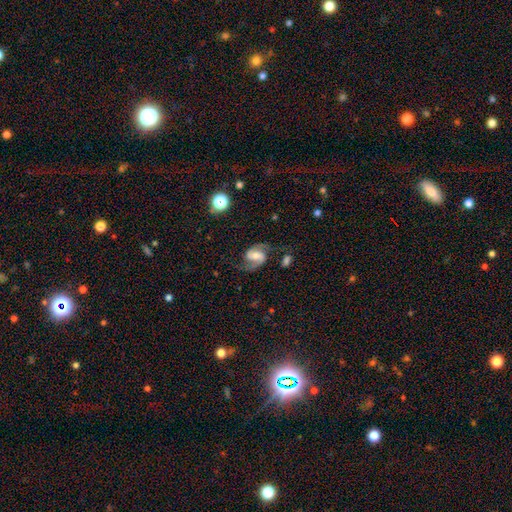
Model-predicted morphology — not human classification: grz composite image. It shows a featured or disk galaxy (88%) with a weak bar (45%), 2 (93%) medium (54%) spiral arms (97%) and a moderate central bulge (52%). Merging: none (75%).